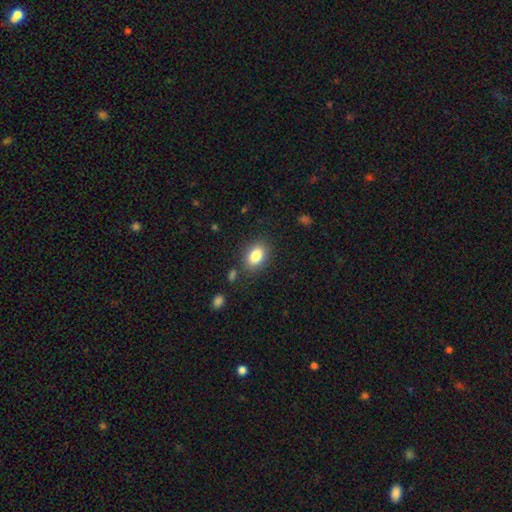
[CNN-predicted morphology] type=smooth (84%); roundness=in between (80%); merging=none (82%).